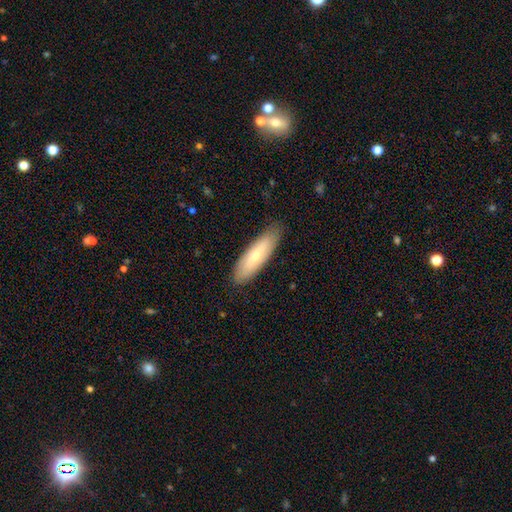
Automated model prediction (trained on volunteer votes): Smooth or featured: smooth — 64% (featured or disk — 30%)
How rounded: cigar-shaped — 59% (in between — 39%)
Merging: none — 85% (minor disturbance — 12%)